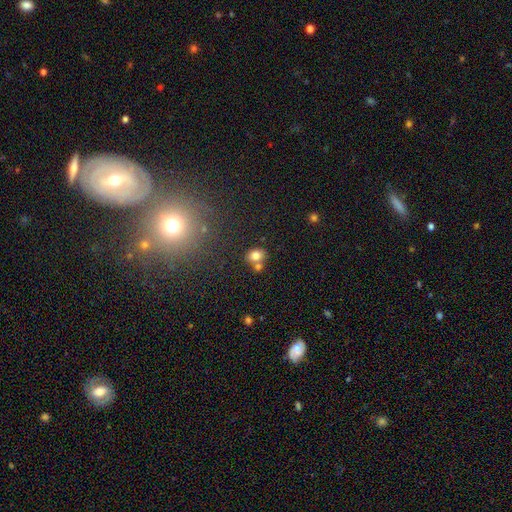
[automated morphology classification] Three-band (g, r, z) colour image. It shows a smooth galaxy with no disk features (78%) that is in between round and cigar-shaped (53%). Merging: none (59%).